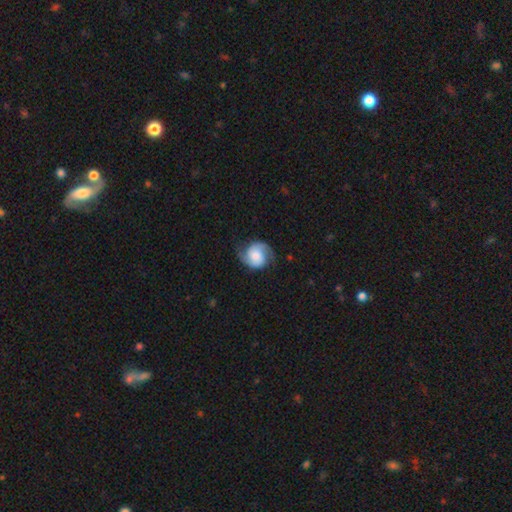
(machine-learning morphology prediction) This appears to be a featured or disk galaxy (74%) with no bar (68%), 2 (91%) medium (46%) spiral arms (95%) and a moderate central bulge (36%). Merging: none (73%).